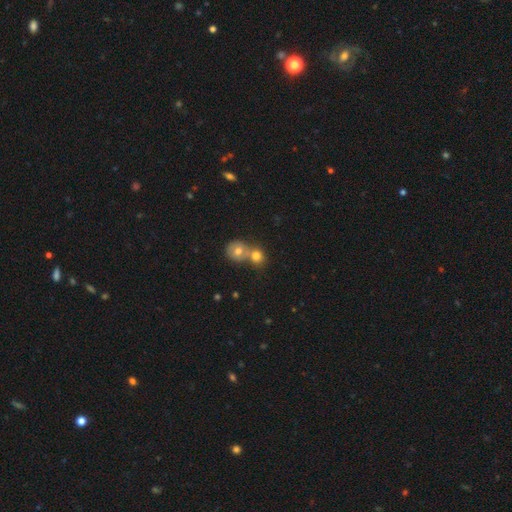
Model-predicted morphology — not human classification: smooth 74%, featured or disk 14%, star or artifact 12%. Down the decision tree: how rounded — round (81%); merging — merger (56%).